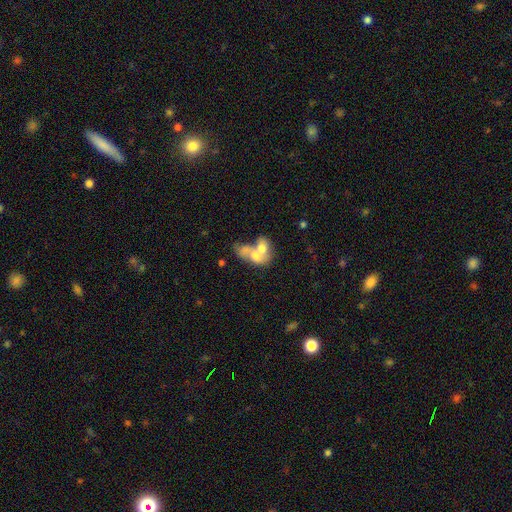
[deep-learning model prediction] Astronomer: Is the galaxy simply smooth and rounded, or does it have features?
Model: smooth — 56% (runner-up: featured or disk, 35%).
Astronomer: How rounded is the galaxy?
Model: in between — 71%.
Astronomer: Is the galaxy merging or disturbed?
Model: merger — 78%.